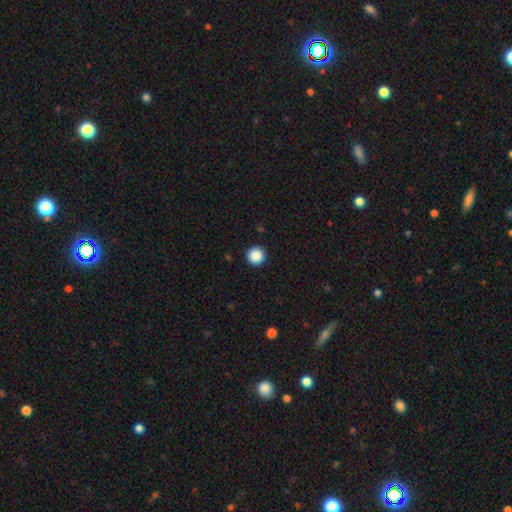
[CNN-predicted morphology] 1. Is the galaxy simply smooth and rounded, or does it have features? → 88% smooth, 9% star or artifact, 2% featured or disk.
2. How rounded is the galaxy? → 97% round, 2% in between, 1% cigar-shaped.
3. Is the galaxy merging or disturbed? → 93% none, 4% minor disturbance, 2% major disturbance, 1% merger.